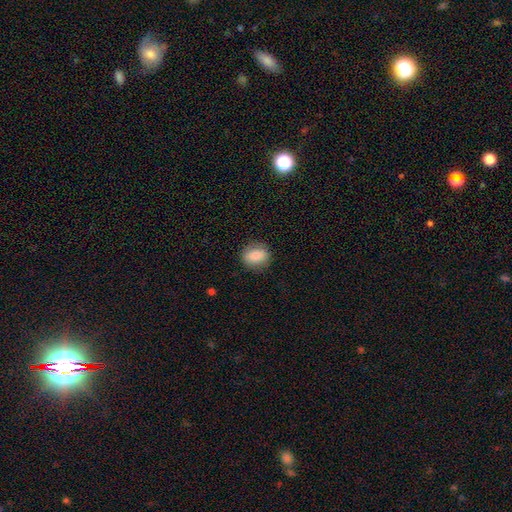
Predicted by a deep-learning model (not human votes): Smooth or featured? Predicted: smooth (p=0.81). How rounded? Predicted: round (p=0.65). Merging? Predicted: none (p=0.86).